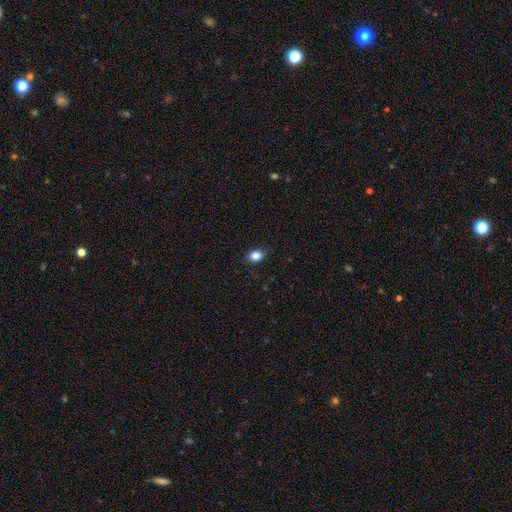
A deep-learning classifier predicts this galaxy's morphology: Q: Smooth or featured?
A: smooth (86%); runner-up: star or artifact (9%)
Q: How rounded?
A: in between (74%); runner-up: round (25%)
Q: Merging?
A: none (87%); runner-up: minor disturbance (10%)